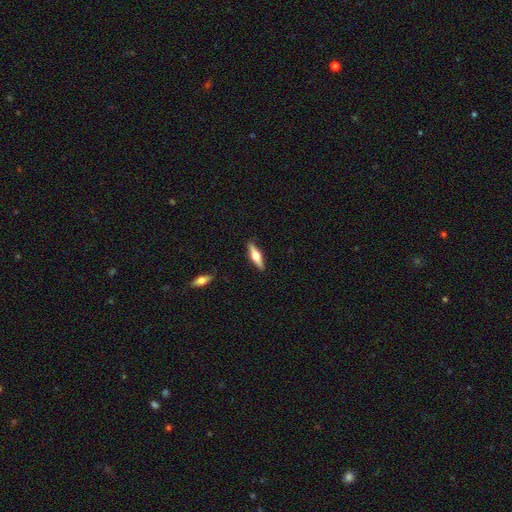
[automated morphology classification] Overall: featured or disk (54%; smooth 41%). Edge-on disk: yes (94%). Edge-on bulge: rounded (93%). Merging: none (89%).